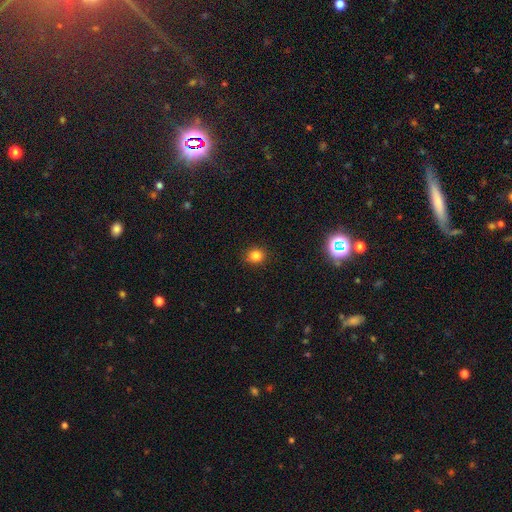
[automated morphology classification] smooth 83%, star or artifact 12%, featured or disk 4%. Down the decision tree: how rounded — round (80%); merging — none (89%).